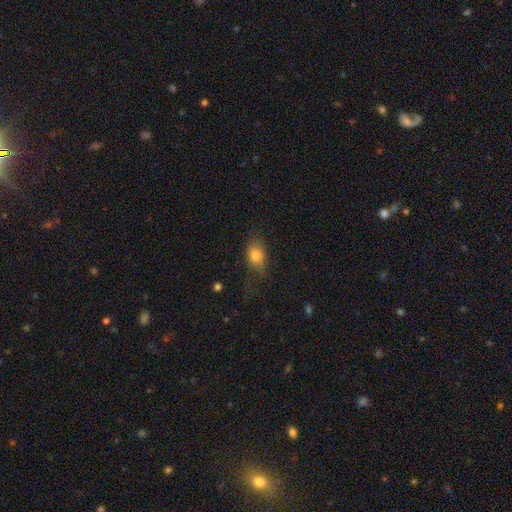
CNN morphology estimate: Smooth or featured? smooth (80%)
How rounded? in between (73%)
Merging? none (61%)